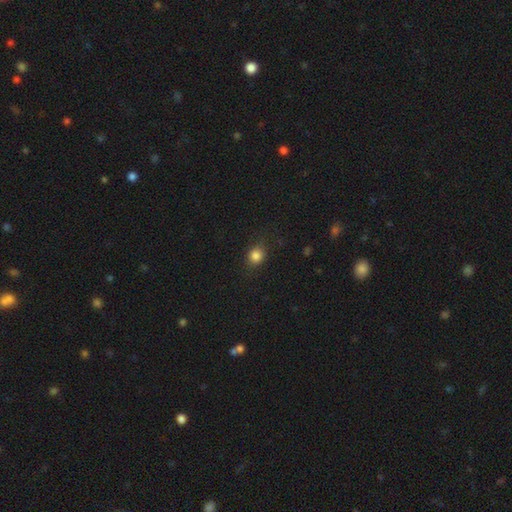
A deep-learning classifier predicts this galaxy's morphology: Smooth or featured?
  - smooth: 83% *
  - star or artifact: 12%
  - featured or disk: 5%
How rounded?
  - round: 70% *
  - in between: 29%
  - cigar-shaped: 1%
Merging?
  - none: 81% *
  - minor disturbance: 14%
  - major disturbance: 4%
  - merger: 1%